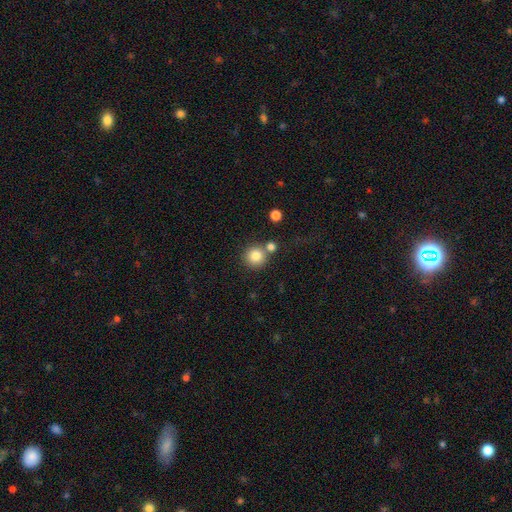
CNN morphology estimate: smooth-or-featured: smooth: 83% | star or artifact: 10% | featured or disk: 7%
  how-rounded: round: 93% | in between: 6% | cigar-shaped: 1%
  merging: none: 68% | merger: 20% | minor disturbance: 8% | major disturbance: 3%